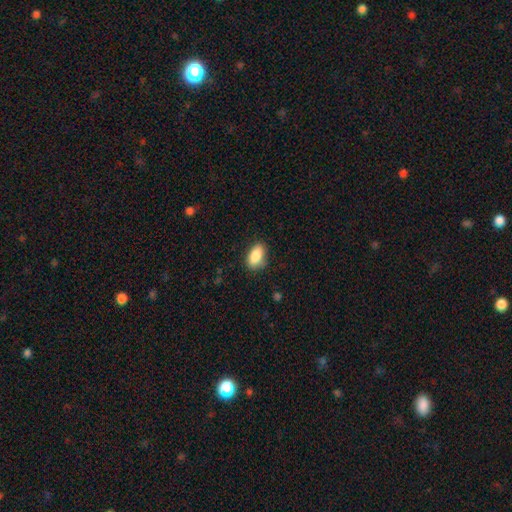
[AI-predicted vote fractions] smooth 87%, star or artifact 7%, featured or disk 6%. Down the decision tree: how rounded — in between (90%); merging — none (81%).